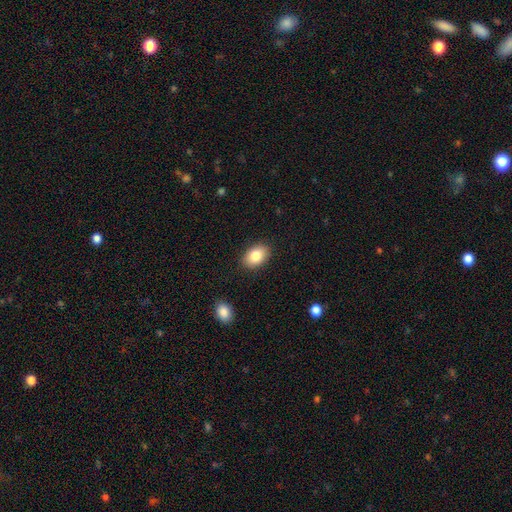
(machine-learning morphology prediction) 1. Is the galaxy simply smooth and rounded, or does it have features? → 83% smooth, 10% featured or disk, 8% star or artifact.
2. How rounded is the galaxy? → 87% in between, 12% round, 1% cigar-shaped.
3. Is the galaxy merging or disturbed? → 88% none, 8% minor disturbance, 2% major disturbance, 1% merger.